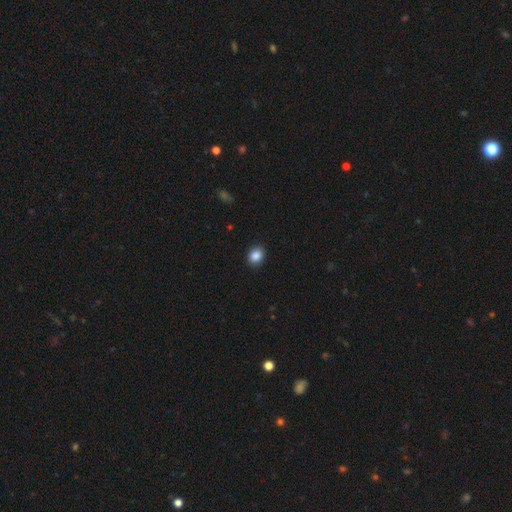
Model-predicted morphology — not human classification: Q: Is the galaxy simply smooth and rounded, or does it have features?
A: smooth — 87%.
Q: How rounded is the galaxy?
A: round — 56%.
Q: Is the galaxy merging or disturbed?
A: none — 90%.